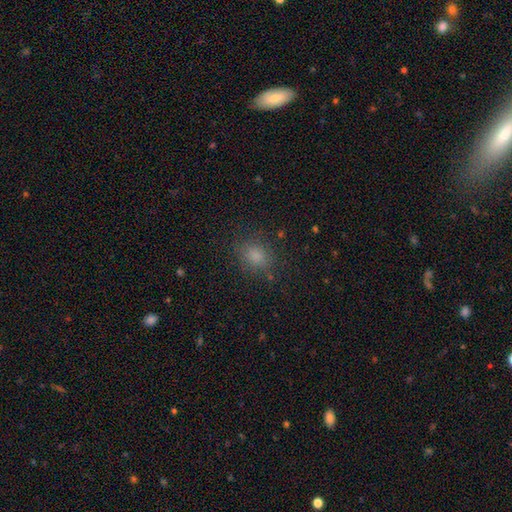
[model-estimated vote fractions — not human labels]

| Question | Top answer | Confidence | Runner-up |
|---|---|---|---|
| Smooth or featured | smooth | 80% | star or artifact (14%) |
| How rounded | round | 54% | in between (45%) |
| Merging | none | 81% | minor disturbance (13%) |